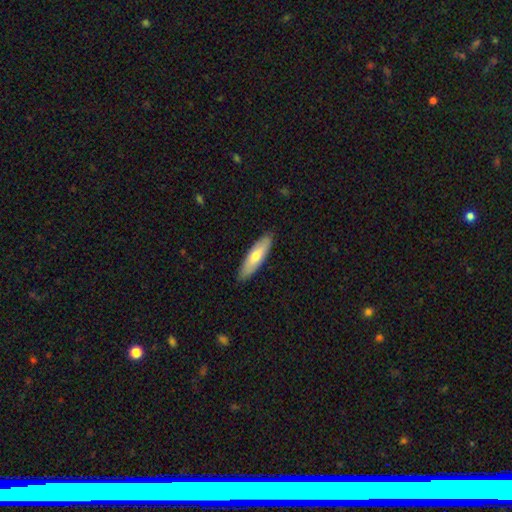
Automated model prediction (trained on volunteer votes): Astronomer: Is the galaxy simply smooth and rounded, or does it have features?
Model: smooth — 66%.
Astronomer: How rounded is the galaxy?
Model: cigar-shaped — 61% (runner-up: in between, 38%).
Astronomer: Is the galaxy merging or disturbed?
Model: none — 88%.